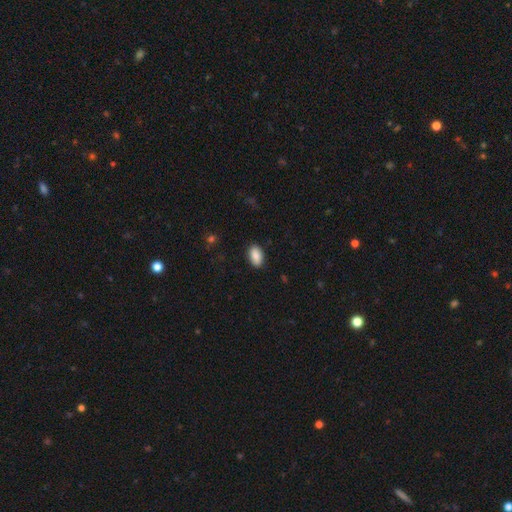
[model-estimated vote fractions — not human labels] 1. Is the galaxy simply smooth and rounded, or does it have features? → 89% smooth, 7% star or artifact, 4% featured or disk.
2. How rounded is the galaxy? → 92% in between, 5% round, 3% cigar-shaped.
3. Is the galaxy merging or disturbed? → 88% none, 9% minor disturbance, 2% major disturbance, 1% merger.